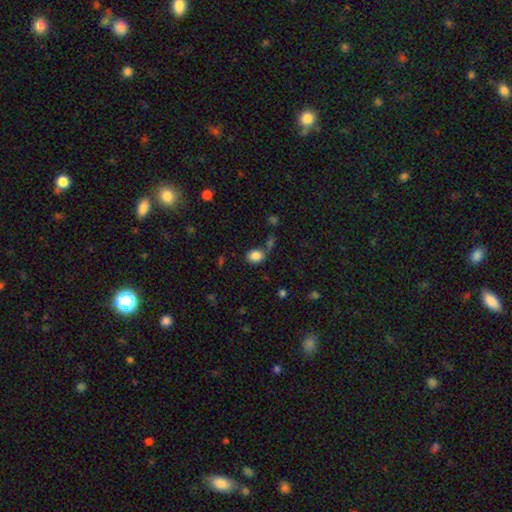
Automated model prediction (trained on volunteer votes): A smooth galaxy with no disk features (85%) that is in between round and cigar-shaped (50%).

Vote fractions:
- Smooth or featured? smooth: 85% / star or artifact: 10% / featured or disk: 5%
- How rounded? in between: 50% / round: 49% / cigar-shaped: 1%
- Merging? none: 60% / minor disturbance: 16% / merger: 16% / major disturbance: 8%